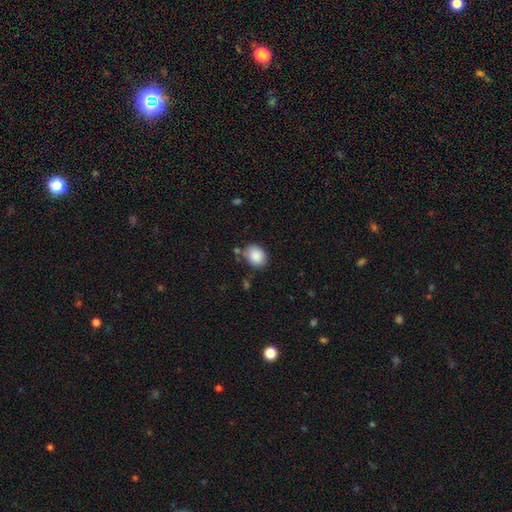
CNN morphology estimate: smooth-or-featured: smooth: 88% | star or artifact: 7% | featured or disk: 4%
  how-rounded: in between: 56% | round: 43% | cigar-shaped: 1%
  merging: none: 75% | minor disturbance: 15% | merger: 5% | major disturbance: 4%